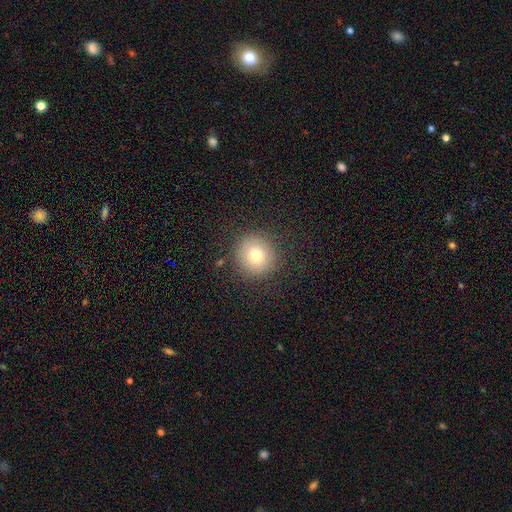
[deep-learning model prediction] A smooth galaxy with no disk features (75%) that is round (94%). Merging: none (88%).